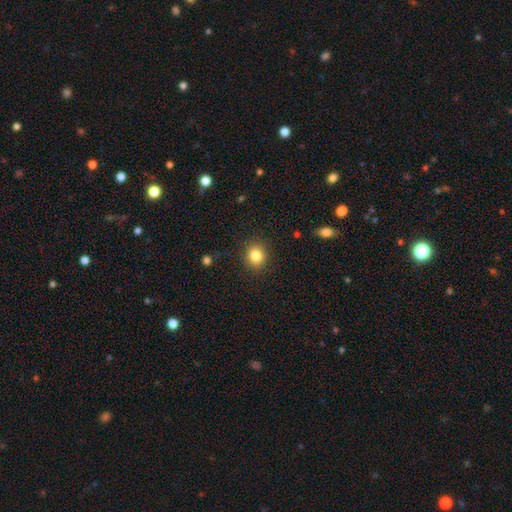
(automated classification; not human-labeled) The model was most divided on "how rounded": round: 82%, in between: 17%, cigar-shaped: 1%. More confident: merging — none (90%); smooth or featured — smooth (83%).